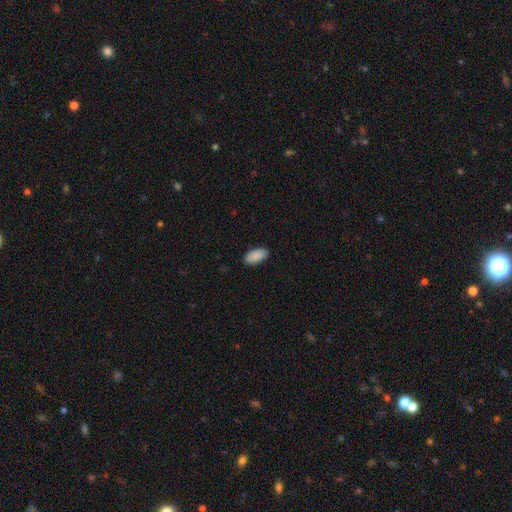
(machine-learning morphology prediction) smooth 90%, star or artifact 6%, featured or disk 3%. Down the decision tree: how rounded — in between (94%); merging — none (89%).